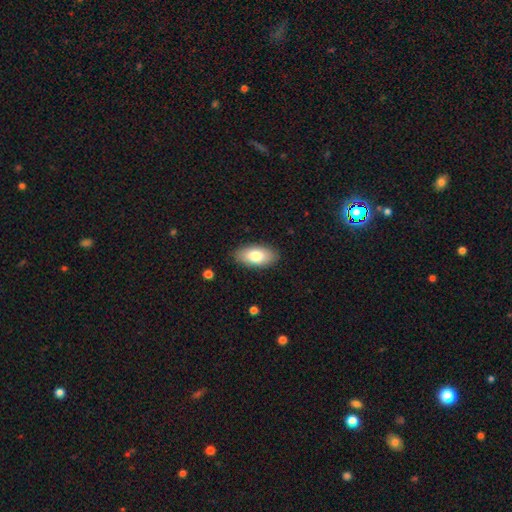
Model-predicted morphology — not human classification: Smooth or featured: smooth — 81% (featured or disk — 13%)
How rounded: in between — 92% (cigar-shaped — 5%)
Merging: none — 87% (minor disturbance — 9%)